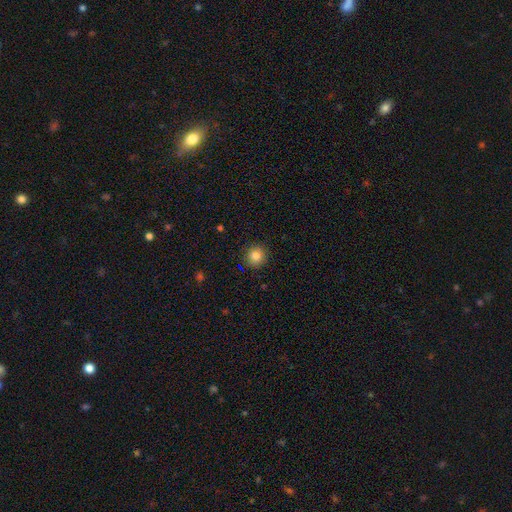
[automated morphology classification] Smooth or featured: smooth — 84% (star or artifact — 11%)
How rounded: round — 91% (in between — 8%)
Merging: none — 90% (minor disturbance — 7%)